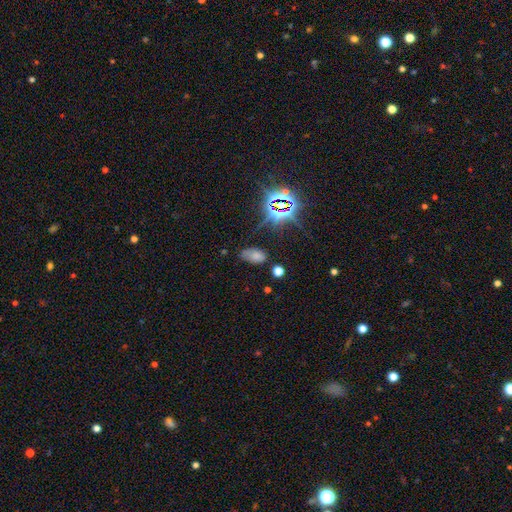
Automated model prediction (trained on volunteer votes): A smooth galaxy with no disk features (59%) that is in between round and cigar-shaped (92%). Merging: none (60%).